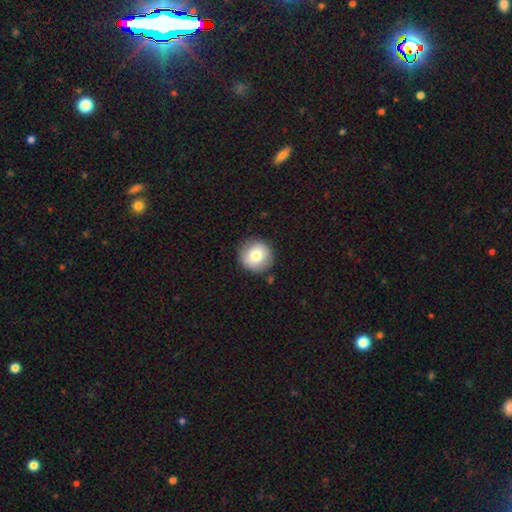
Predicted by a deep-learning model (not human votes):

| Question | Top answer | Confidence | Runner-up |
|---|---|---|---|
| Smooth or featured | smooth | 77% | featured or disk (15%) |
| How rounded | round | 95% | in between (4%) |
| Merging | none | 87% | minor disturbance (9%) |